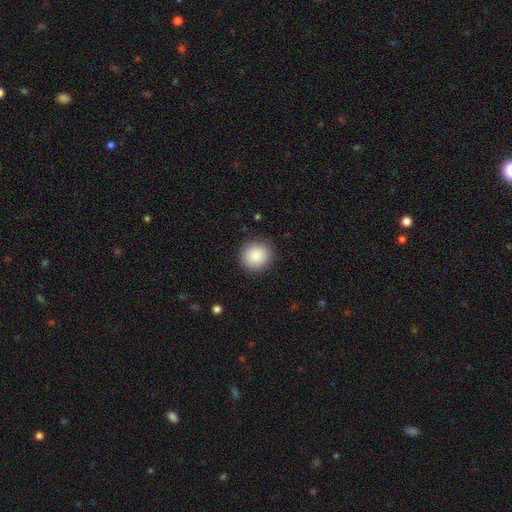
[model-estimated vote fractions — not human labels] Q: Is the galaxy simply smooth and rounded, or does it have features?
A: smooth — 86%.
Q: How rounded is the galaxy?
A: round — 89%.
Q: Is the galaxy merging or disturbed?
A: none — 89%.